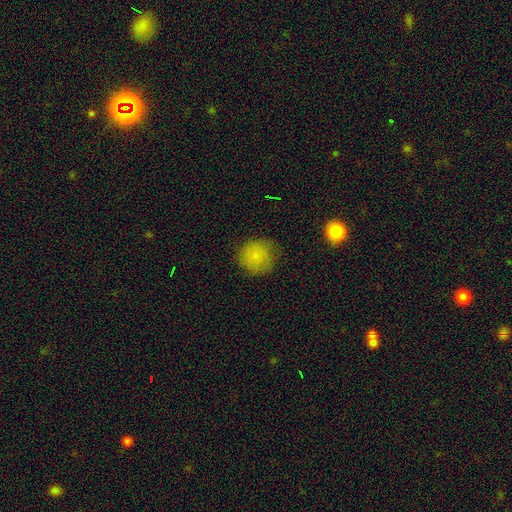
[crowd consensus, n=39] This is clearly a smooth galaxy (82%). How rounded: clearly round (97%). Merging: likely none (79%).